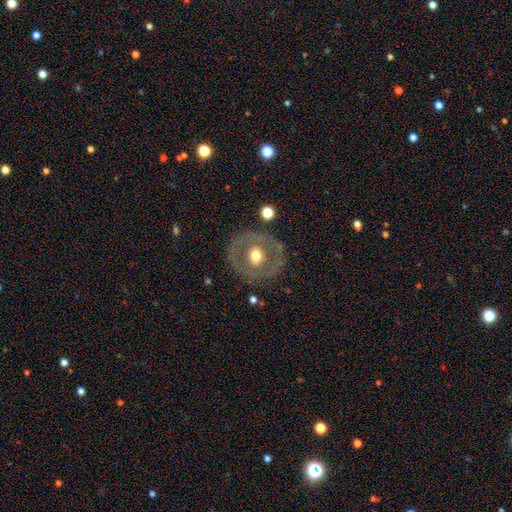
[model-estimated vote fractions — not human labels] This appears to be a featured or disk galaxy (56%) with no bar (72%), no spiral arms (89%) and a moderate central bulge (70%). Merging: none (81%).